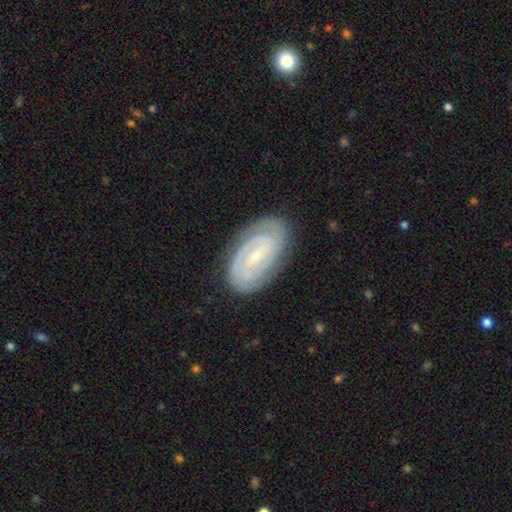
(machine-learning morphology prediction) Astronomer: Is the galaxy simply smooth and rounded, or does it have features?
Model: featured or disk — 85%.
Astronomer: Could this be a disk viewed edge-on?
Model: no — 96%.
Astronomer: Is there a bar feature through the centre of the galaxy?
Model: weak — 48% (runner-up: no, 29%).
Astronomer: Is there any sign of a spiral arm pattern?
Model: yes — 97%.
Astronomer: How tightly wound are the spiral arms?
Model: tight — 72%.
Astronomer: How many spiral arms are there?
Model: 2 — 67%.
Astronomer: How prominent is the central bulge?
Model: small — 74%.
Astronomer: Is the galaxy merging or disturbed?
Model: none — 84%.